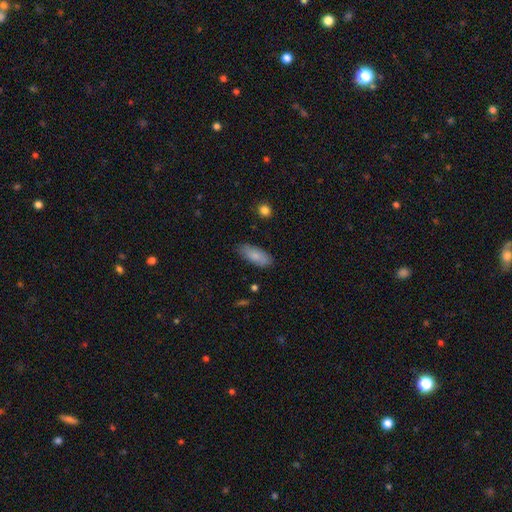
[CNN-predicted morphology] smooth-or-featured: smooth: 84% | featured or disk: 10% | star or artifact: 6%
  how-rounded: in between: 80% | cigar-shaped: 18% | round: 2%
  merging: none: 82% | minor disturbance: 13% | major disturbance: 3% | merger: 2%